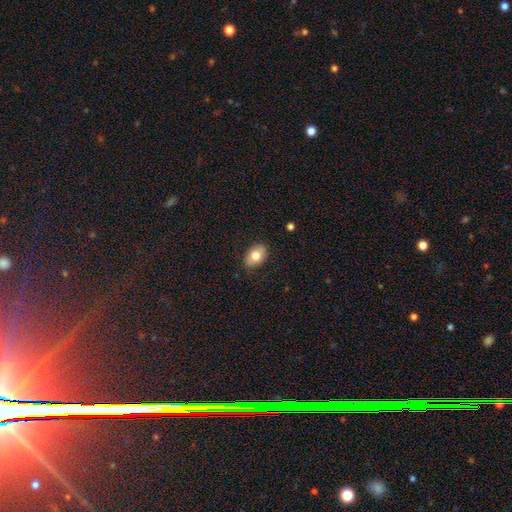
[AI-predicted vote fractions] The model was most divided on "smooth or featured": smooth: 76%, featured or disk: 16%, star or artifact: 8%. More confident: how rounded — in between (85%); merging — none (85%).